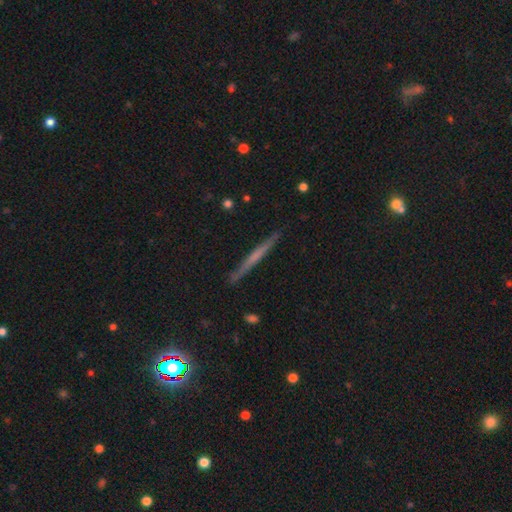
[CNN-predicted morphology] Smooth or featured?
  - featured or disk: 53% *
  - smooth: 40%
  - star or artifact: 8%
Edge-on disk?
  - yes: 97% *
  - no: 3%
Edge-on bulge?
  - none: 76% *
  - rounded: 16%
  - boxy: 8%
Merging?
  - none: 90% *
  - minor disturbance: 7%
  - major disturbance: 1%
  - merger: 1%